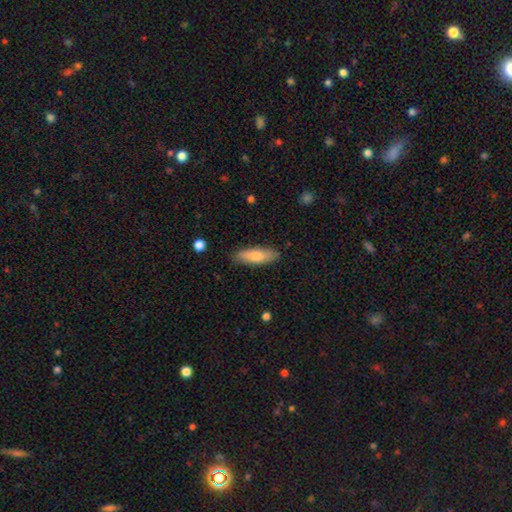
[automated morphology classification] smooth-or-featured: smooth: 77% | featured or disk: 17% | star or artifact: 6%
  how-rounded: in between: 56% | cigar-shaped: 42% | round: 2%
  merging: none: 86% | minor disturbance: 11% | major disturbance: 2% | merger: 1%